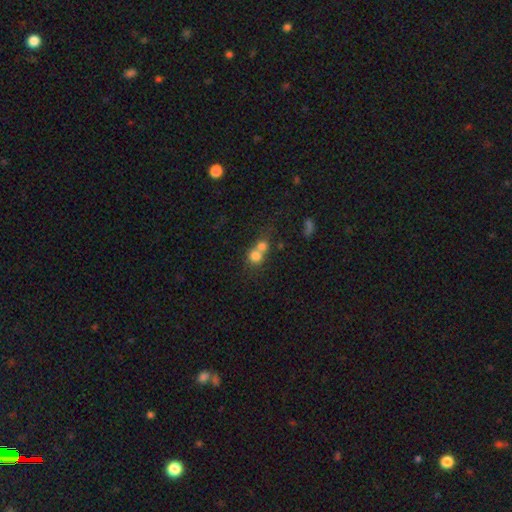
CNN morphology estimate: Overall: smooth (75%). How rounded: round (84%). Merging: merger (63%; none 29%).